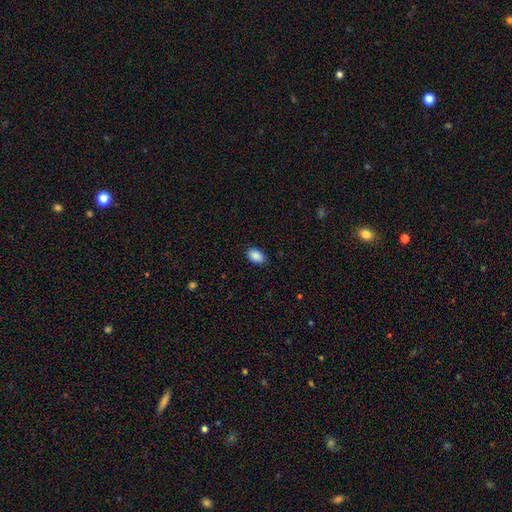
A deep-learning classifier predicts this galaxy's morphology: This is clearly a smooth galaxy (89%). How rounded: clearly in between (89%). Merging: clearly none (83%).